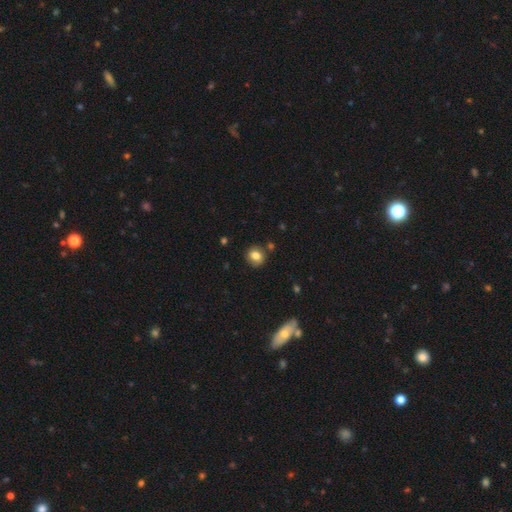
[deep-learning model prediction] A smooth galaxy with no disk features (80%) that is round (77%). Merging: none (81%).